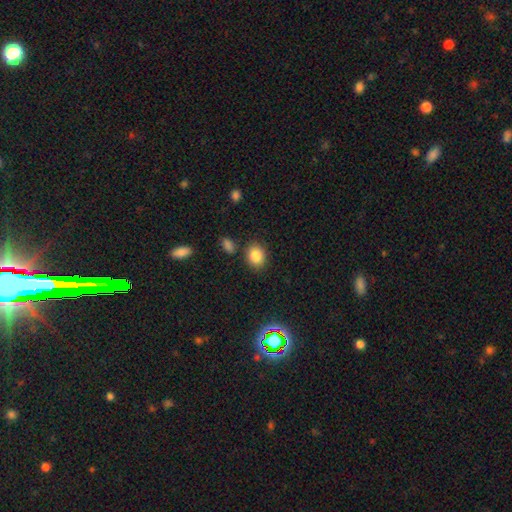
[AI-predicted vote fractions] This appears to be a smooth galaxy with no disk features (84%) that is round (51%). Merging: none (82%).